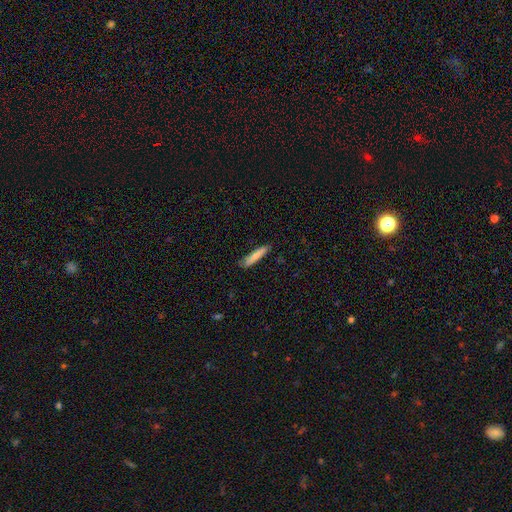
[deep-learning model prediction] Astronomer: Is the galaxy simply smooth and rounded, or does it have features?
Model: smooth — 76%.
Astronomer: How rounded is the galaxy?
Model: cigar-shaped — 90%.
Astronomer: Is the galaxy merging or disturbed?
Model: none — 84%.